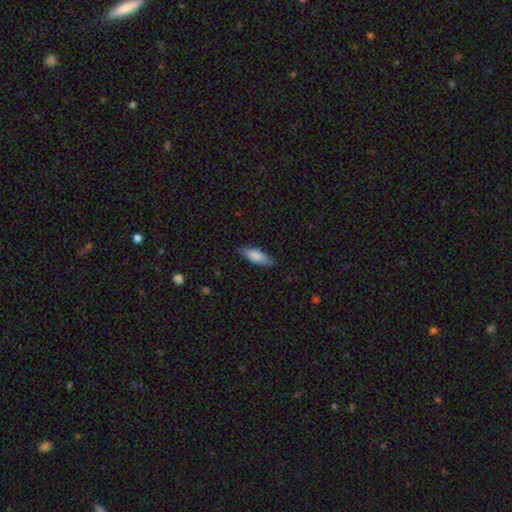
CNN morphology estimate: Smooth or featured?
  - smooth: 79% *
  - featured or disk: 15%
  - star or artifact: 6%
How rounded?
  - in between: 69% *
  - cigar-shaped: 29%
  - round: 2%
Merging?
  - none: 76% *
  - minor disturbance: 20%
  - major disturbance: 3%
  - merger: 1%